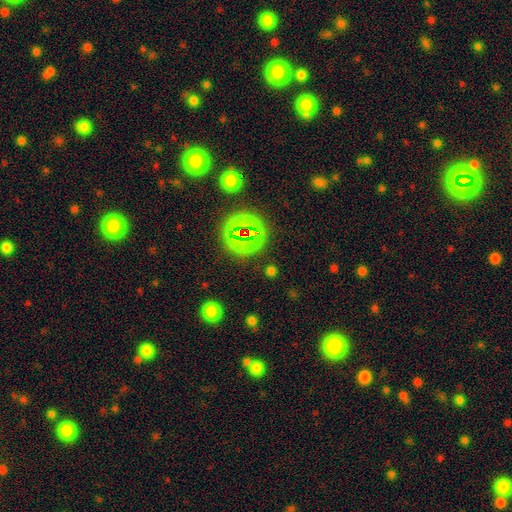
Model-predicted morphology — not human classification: Smooth or featured? Predicted: star or artifact (p=0.65).